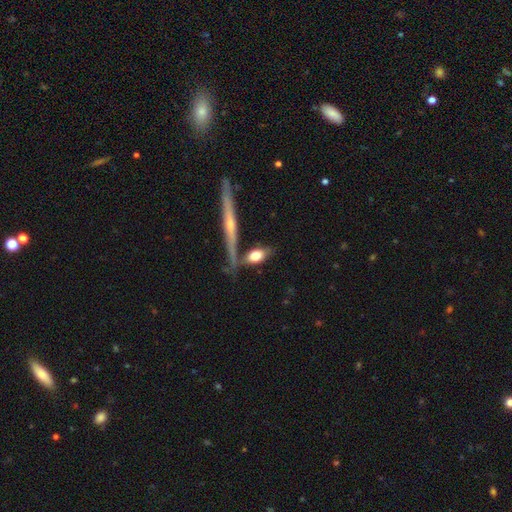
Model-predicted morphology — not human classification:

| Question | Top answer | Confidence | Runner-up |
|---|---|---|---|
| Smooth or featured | smooth | 67% | featured or disk (27%) |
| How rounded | in between | 69% | cigar-shaped (24%) |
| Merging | none | 62% | merger (17%) |